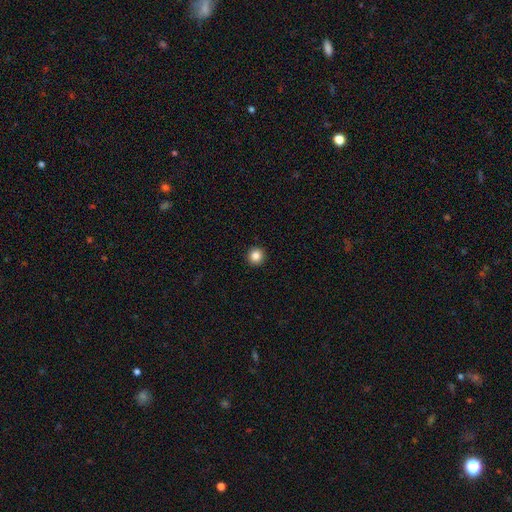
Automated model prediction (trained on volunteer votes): Q: Smooth or featured?
A: smooth (85%); runner-up: star or artifact (10%)
Q: How rounded?
A: round (95%); runner-up: in between (4%)
Q: Merging?
A: none (94%); runner-up: minor disturbance (4%)